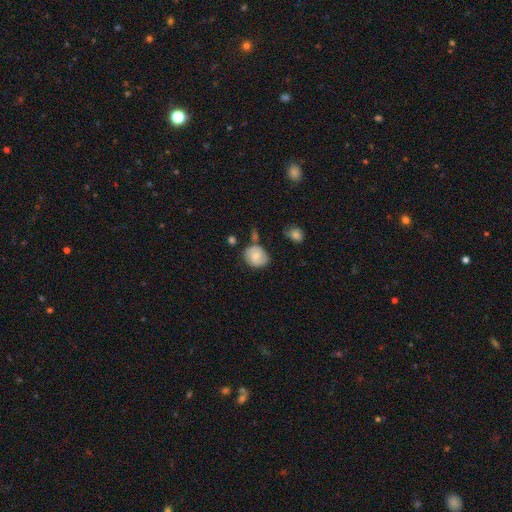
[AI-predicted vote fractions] Smooth or featured?
  - smooth: 65% *
  - featured or disk: 27%
  - star or artifact: 8%
How rounded?
  - round: 64% *
  - in between: 35%
  - cigar-shaped: 1%
Merging?
  - none: 63% *
  - minor disturbance: 24%
  - merger: 7%
  - major disturbance: 6%